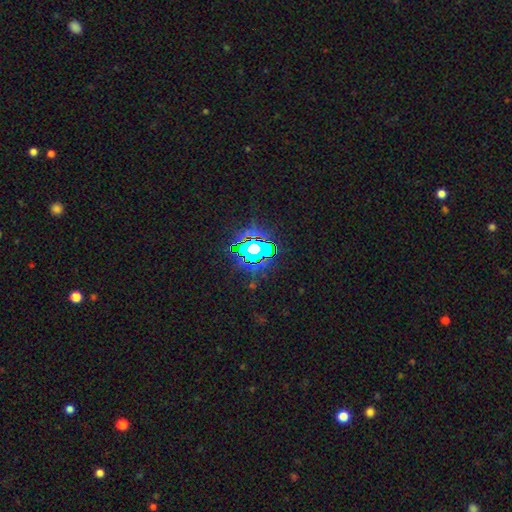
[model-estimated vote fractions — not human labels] Morphology: type=star or artifact (72%).